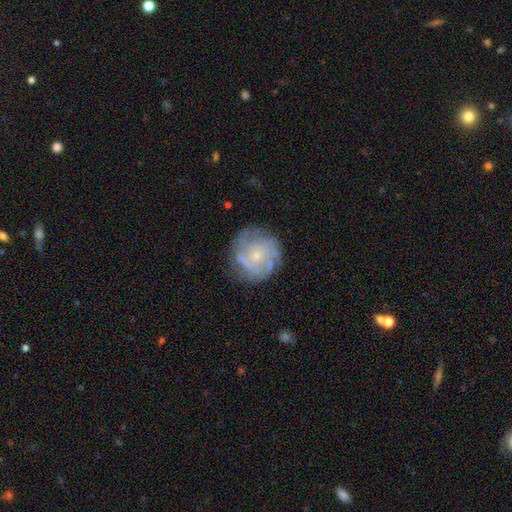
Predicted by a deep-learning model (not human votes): This is likely a featured or disk galaxy (73%). It is clearly not viewed edge-on (98%). Bar: likely no (79%). Spiral arm pattern: clearly yes (88%). Spiral arm count: marginally can't tell (40%). Spiral winding: possibly tight (60%). Central bulge: likely small (75%). Merging: likely none (75%).